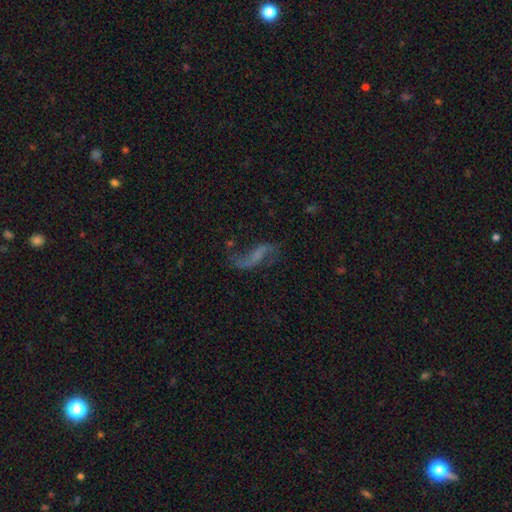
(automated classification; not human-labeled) Smooth or featured? Predicted: featured or disk (p=0.74). Edge-on disk? Predicted: no (p=0.94). Bar? Predicted: no (p=0.39). Spiral arms? Predicted: yes (p=0.89). Spiral winding? Predicted: loose (p=0.90). Spiral arm count? Predicted: 2 (p=0.87). Bulge size? Predicted: none (p=0.67). Merging? Predicted: none (p=0.61).